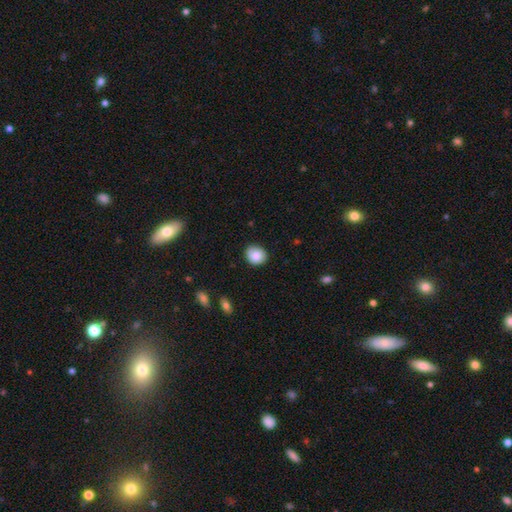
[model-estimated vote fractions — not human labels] Q: Smooth or featured?
A: smooth (85%); runner-up: star or artifact (8%)
Q: How rounded?
A: round (68%); runner-up: in between (31%)
Q: Merging?
A: none (84%); runner-up: minor disturbance (13%)